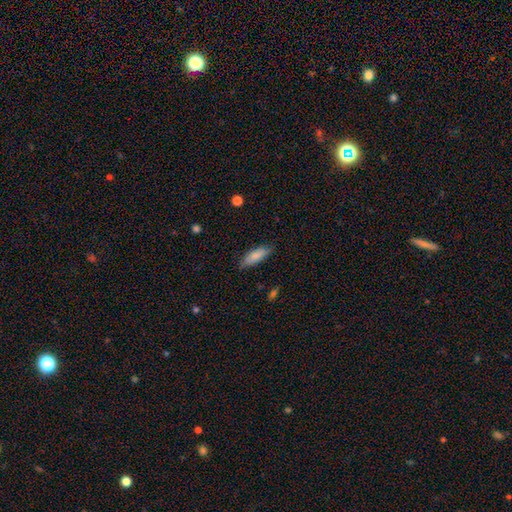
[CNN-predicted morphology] This appears to be a smooth galaxy with no disk features (84%) that is in between round and cigar-shaped (60%). Merging: none (79%).